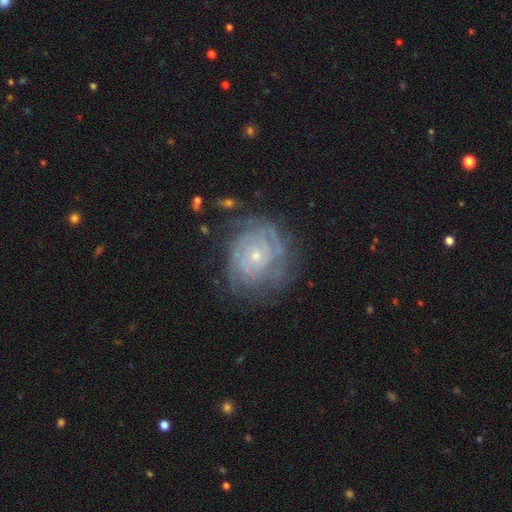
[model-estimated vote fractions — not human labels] smooth_or_featured: featured or disk (p=0.80) [alt: smooth p=0.13]
disk_edge_on: no (p=0.97) [alt: yes p=0.03]
bar: no (p=0.80) [alt: weak p=0.17]
has_spiral_arms: yes (p=0.90) [alt: no p=0.10]
spiral_winding: tight (p=0.77) [alt: medium p=0.18]
spiral_arm_count: can't tell (p=0.47) [alt: 4 p=0.14]
bulge_size: small (p=0.76) [alt: moderate p=0.20]
merging: none (p=0.71) [alt: minor disturbance p=0.18]